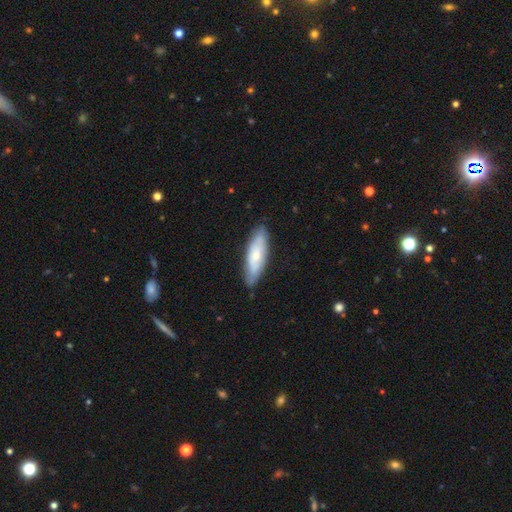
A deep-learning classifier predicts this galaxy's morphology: This appears to be a smooth galaxy with no disk features (51%) that is in between round and cigar-shaped (53%). Merging: none (80%).